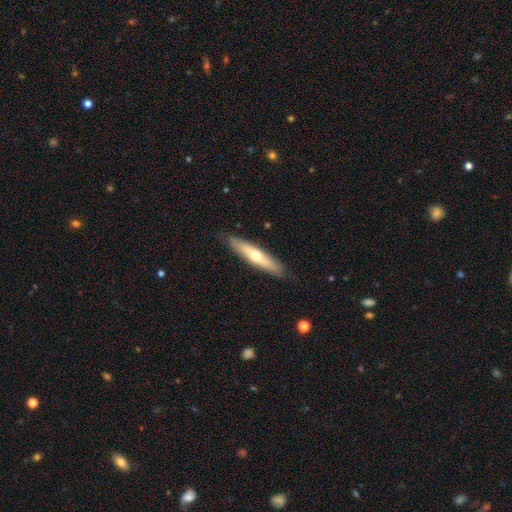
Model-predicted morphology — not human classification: This appears to be a smooth galaxy with no disk features (48%). Merging: none (87%).